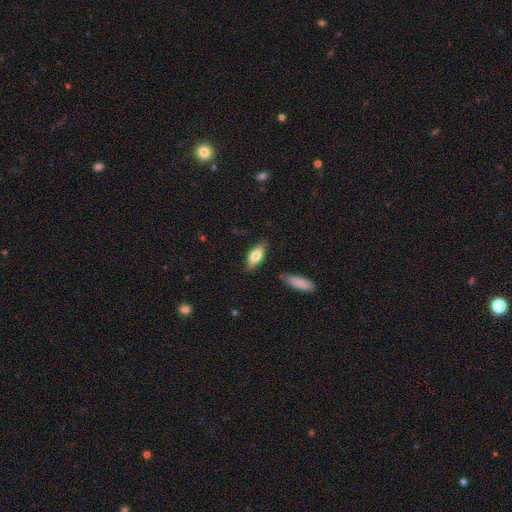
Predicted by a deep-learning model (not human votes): This is likely a smooth galaxy (74%). How rounded: clearly in between (80%). Merging: clearly none (81%).